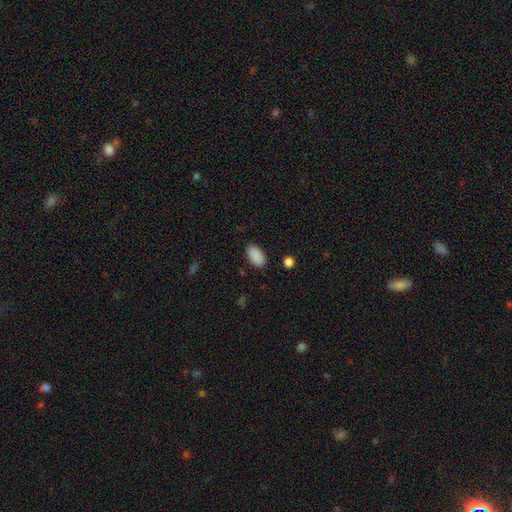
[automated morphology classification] A smooth galaxy with no disk features (90%) that is in between round and cigar-shaped (95%).

Vote fractions:
- Smooth or featured? smooth: 90% / star or artifact: 7% / featured or disk: 3%
- How rounded? in between: 95% / round: 3% / cigar-shaped: 3%
- Merging? none: 88% / minor disturbance: 8% / major disturbance: 2% / merger: 1%